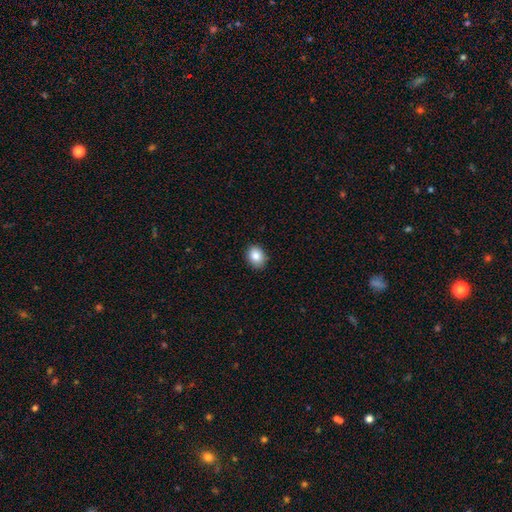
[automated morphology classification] Smooth or featured? smooth (85%)
How rounded? in between (53%)
Merging? none (88%)